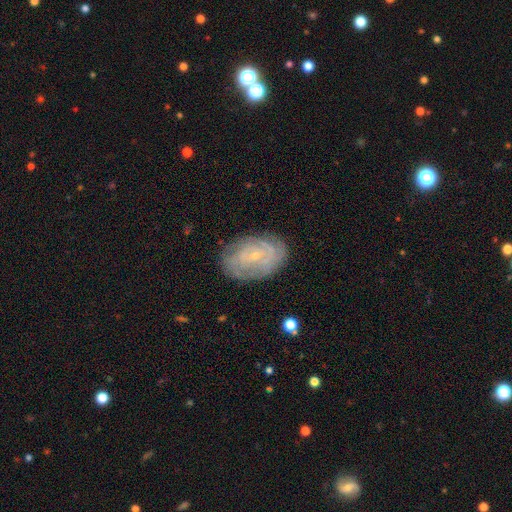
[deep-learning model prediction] This is likely a featured or disk galaxy (70%). It is clearly not viewed edge-on (95%). Bar: likely no (69%). Spiral arm pattern: likely yes (79%). Spiral arm count: possibly can't tell (54%). Spiral winding: likely tight (68%). Central bulge: clearly small (81%). Merging: likely none (77%).